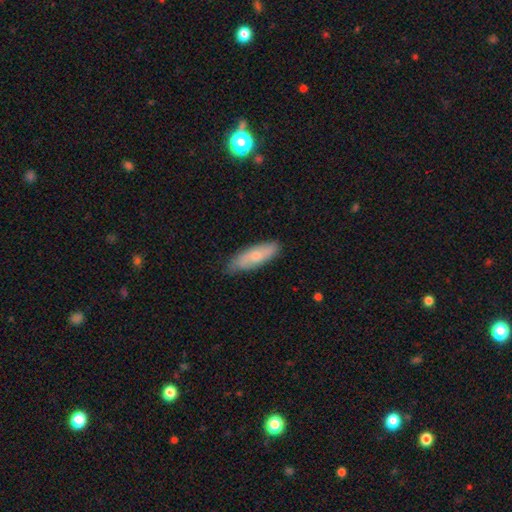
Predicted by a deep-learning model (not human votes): Smooth or featured: smooth — 65% (featured or disk — 29%)
How rounded: in between — 57% (cigar-shaped — 41%)
Merging: none — 76% (minor disturbance — 20%)